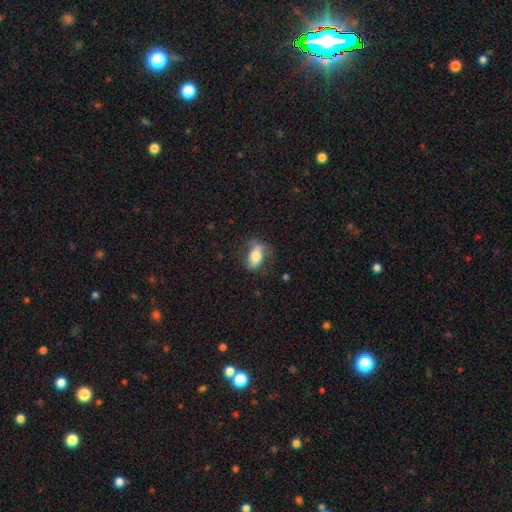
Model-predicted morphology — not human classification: smooth_or_featured: smooth (p=0.65) [alt: featured or disk p=0.28]
how_rounded: in between (p=0.86) [alt: cigar-shaped p=0.07]
merging: none (p=0.62) [alt: minor disturbance p=0.24]